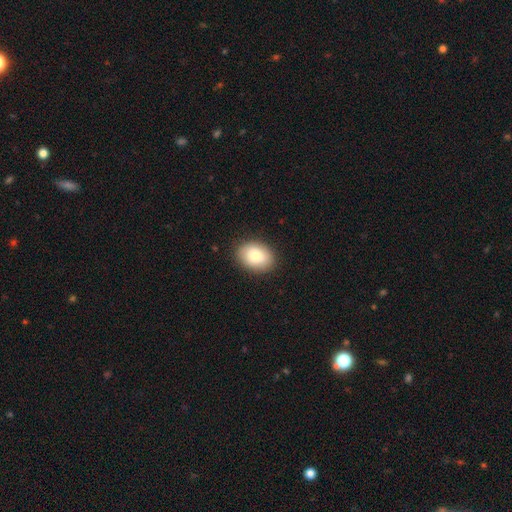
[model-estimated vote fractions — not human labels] smooth 84%, featured or disk 9%, star or artifact 7%. Down the decision tree: how rounded — in between (76%); merging — none (88%).